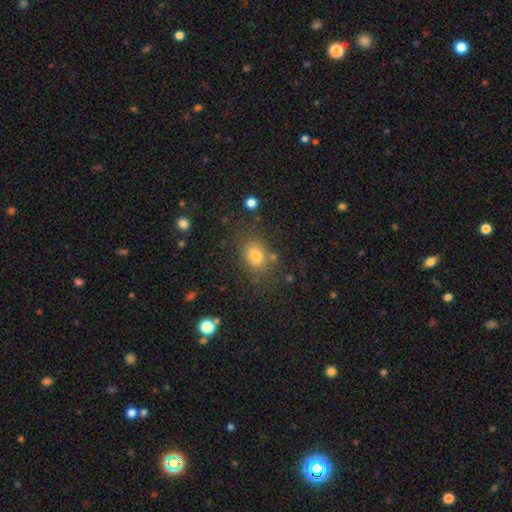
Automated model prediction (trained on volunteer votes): Smooth or featured?
  - smooth: 78% *
  - star or artifact: 13%
  - featured or disk: 9%
How rounded?
  - in between: 66% *
  - round: 33%
  - cigar-shaped: 1%
Merging?
  - none: 74% *
  - minor disturbance: 15%
  - merger: 6%
  - major disturbance: 6%